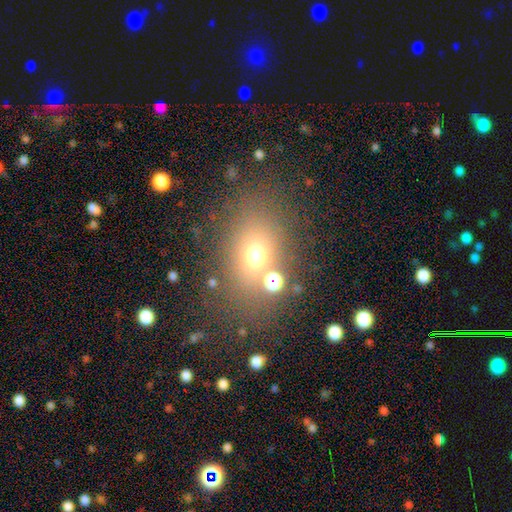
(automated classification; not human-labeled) Smooth or featured? smooth (64%)
How rounded? in between (58%)
Merging? none (71%)